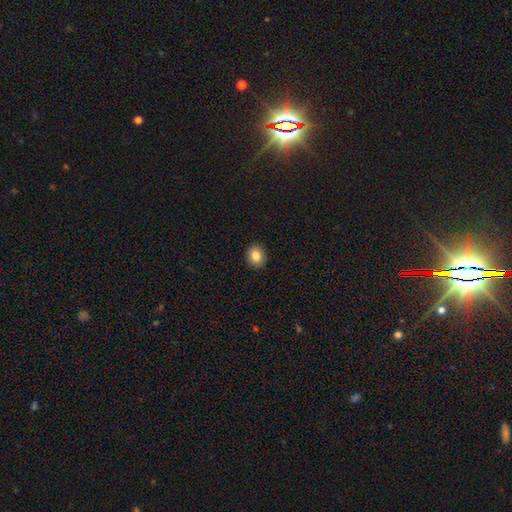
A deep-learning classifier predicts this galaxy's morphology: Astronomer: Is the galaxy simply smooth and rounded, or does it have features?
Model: smooth — 85%.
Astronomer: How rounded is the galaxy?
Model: round — 72%.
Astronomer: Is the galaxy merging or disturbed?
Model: none — 91%.